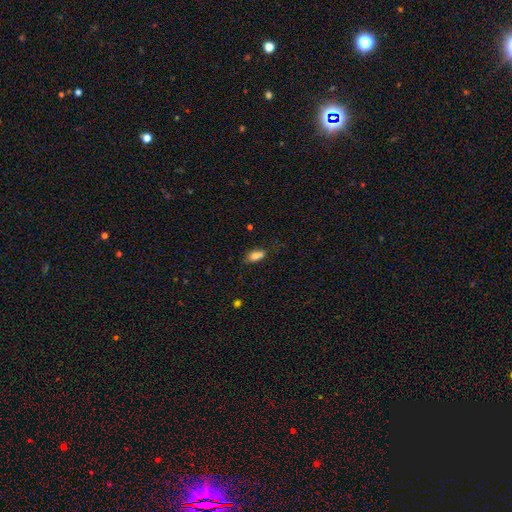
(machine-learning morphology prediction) This is likely a smooth galaxy (78%). How rounded: clearly in between (86%). Merging: possibly none (58%).